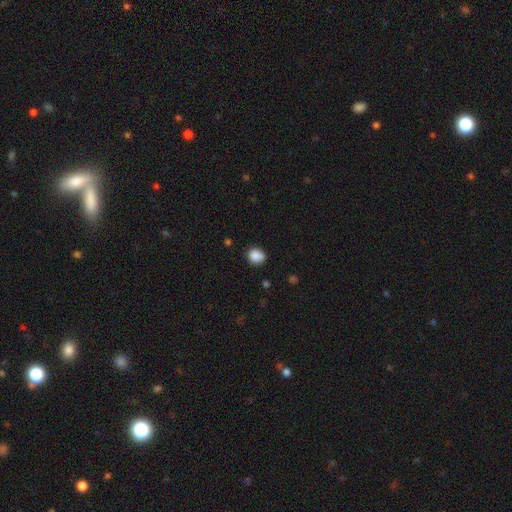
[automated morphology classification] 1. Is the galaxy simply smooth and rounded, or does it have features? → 85% smooth, 10% star or artifact, 5% featured or disk.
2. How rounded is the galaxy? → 80% round, 19% in between, 1% cigar-shaped.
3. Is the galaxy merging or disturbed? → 71% none, 19% minor disturbance, 5% merger, 4% major disturbance.